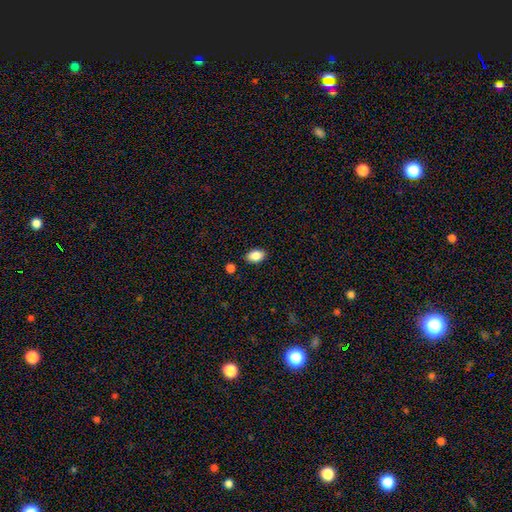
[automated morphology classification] A smooth galaxy with no disk features (87%) that is in between round and cigar-shaped (87%). Merging: none (87%).